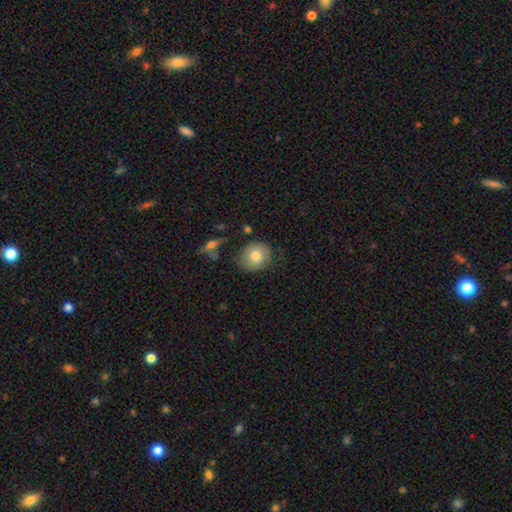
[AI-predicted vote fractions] The model was most divided on "smooth or featured": smooth: 74%, featured or disk: 18%, star or artifact: 8%. More confident: how rounded — round (81%); merging — none (74%).